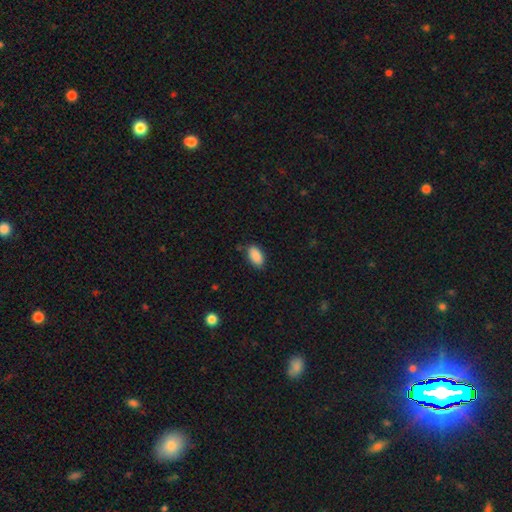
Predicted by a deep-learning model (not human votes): This is clearly a smooth galaxy (89%). How rounded: clearly in between (93%). Merging: likely none (78%).